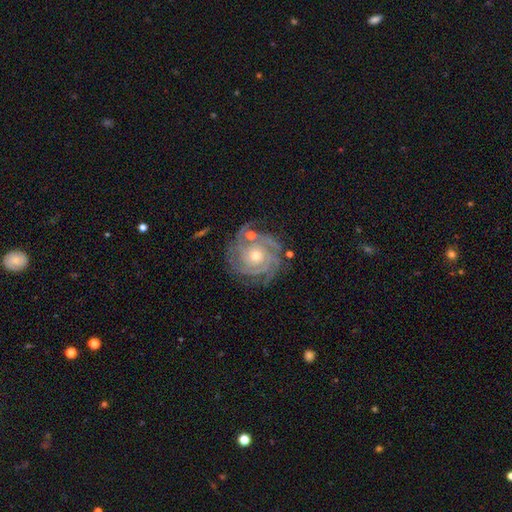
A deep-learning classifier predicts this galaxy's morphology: The model was most divided on "spiral arm count": 4: 34%, 3: 27%, can't tell: 14%, more than 4: 11%, 2: 8%, 1: 6%. More confident: spiral arms — yes (98%); edge-on disk — no (98%); smooth or featured — featured or disk (90%); spiral winding — tight (79%); merging — none (76%); bar — no (76%); bulge size — moderate (53%).